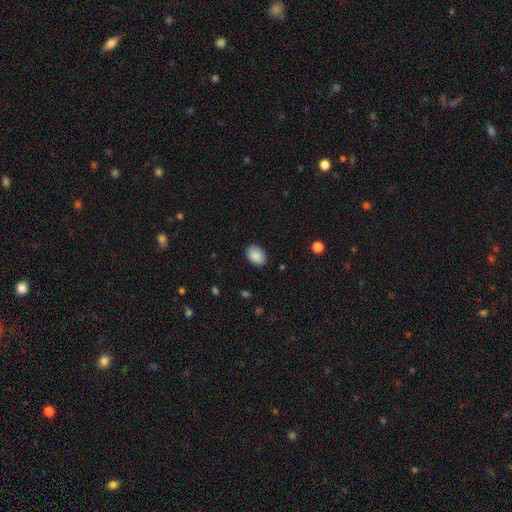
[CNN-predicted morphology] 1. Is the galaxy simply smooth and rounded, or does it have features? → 89% smooth, 7% star or artifact, 4% featured or disk.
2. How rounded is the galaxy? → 82% in between, 17% round, 1% cigar-shaped.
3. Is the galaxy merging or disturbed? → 86% none, 10% minor disturbance, 2% major disturbance, 1% merger.